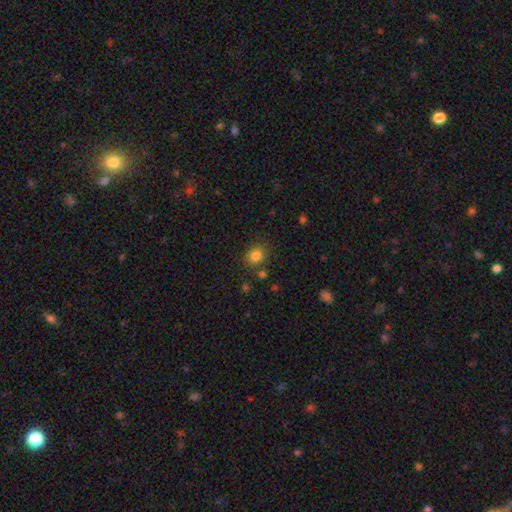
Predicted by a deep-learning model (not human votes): This appears to be a smooth galaxy with no disk features (83%) that is round (68%). Merging: none (81%).